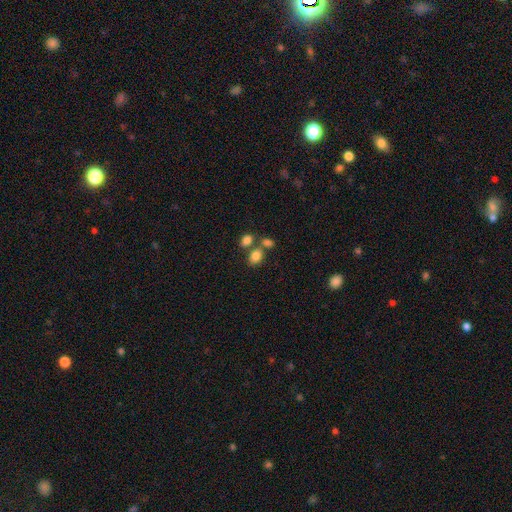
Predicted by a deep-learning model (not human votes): A smooth galaxy with no disk features (81%) that is in between round and cigar-shaped (63%). Merging: none (49%).